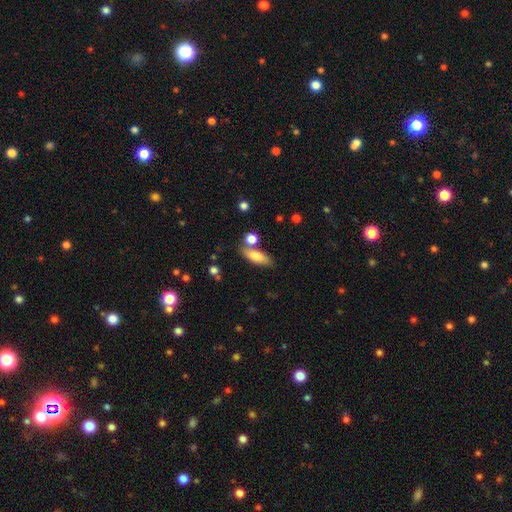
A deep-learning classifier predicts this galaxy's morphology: A smooth galaxy with no disk features (75%) that is in between round and cigar-shaped (64%). Merging: none (68%).